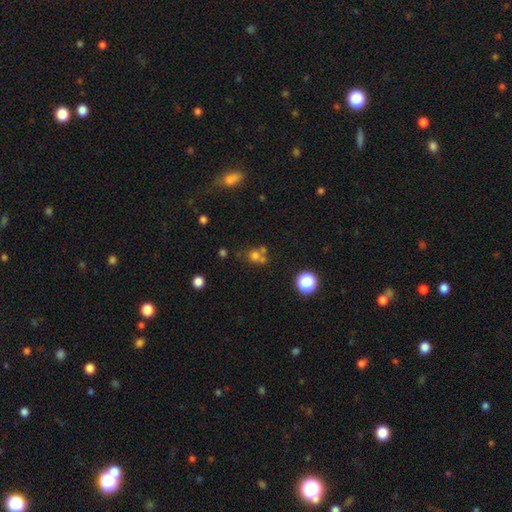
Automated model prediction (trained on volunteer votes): smooth-or-featured: smooth: 65% | star or artifact: 21% | featured or disk: 14%
  how-rounded: round: 71% | in between: 27% | cigar-shaped: 2%
  merging: none: 42% | merger: 37% | minor disturbance: 13% | major disturbance: 8%